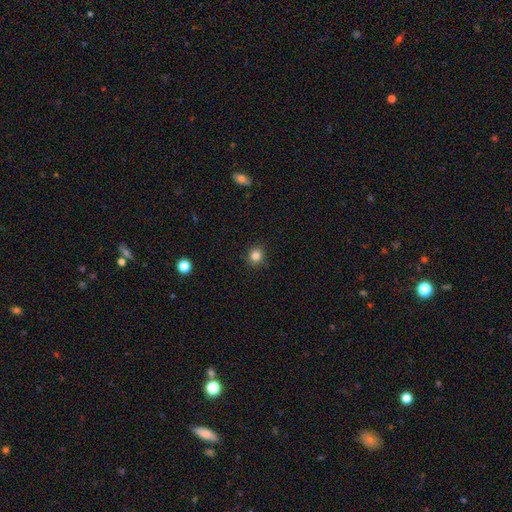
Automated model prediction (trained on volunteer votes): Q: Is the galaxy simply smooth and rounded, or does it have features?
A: smooth — 83%.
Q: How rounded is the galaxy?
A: round — 86%.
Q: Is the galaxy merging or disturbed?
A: none — 90%.